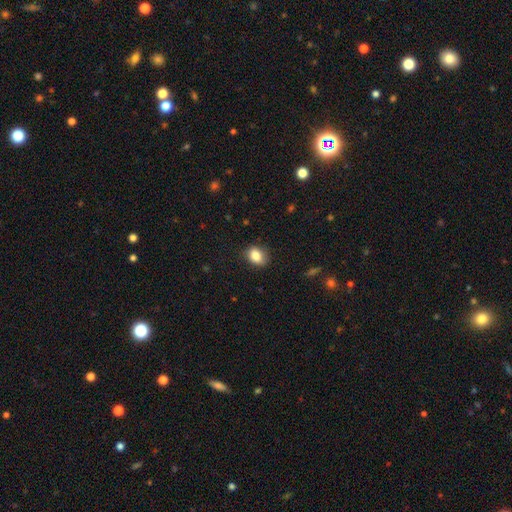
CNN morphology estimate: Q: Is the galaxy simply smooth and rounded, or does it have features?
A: smooth — 84%.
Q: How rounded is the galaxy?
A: in between — 67%.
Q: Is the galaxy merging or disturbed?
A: none — 82%.